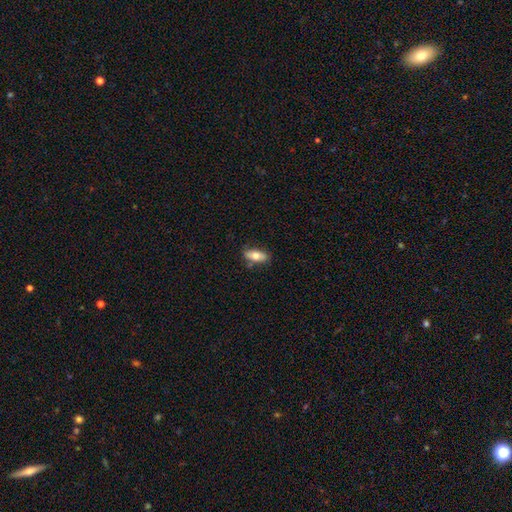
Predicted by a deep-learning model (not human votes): smooth_or_featured: smooth (p=0.72) [alt: featured or disk p=0.21]
how_rounded: in between (p=0.84) [alt: cigar-shaped p=0.13]
merging: none (p=0.77) [alt: minor disturbance p=0.16]